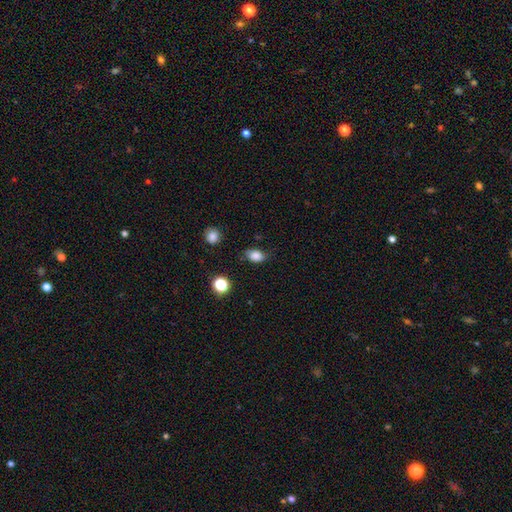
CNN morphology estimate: type=smooth (83%); roundness=in between (76%); merging=none (71%).